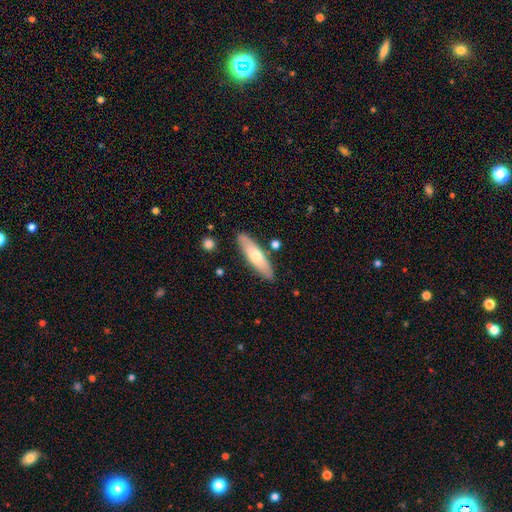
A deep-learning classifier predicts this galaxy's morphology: smooth 61%, featured or disk 33%, star or artifact 5%. Down the decision tree: how rounded — cigar-shaped (66%); merging — none (86%).